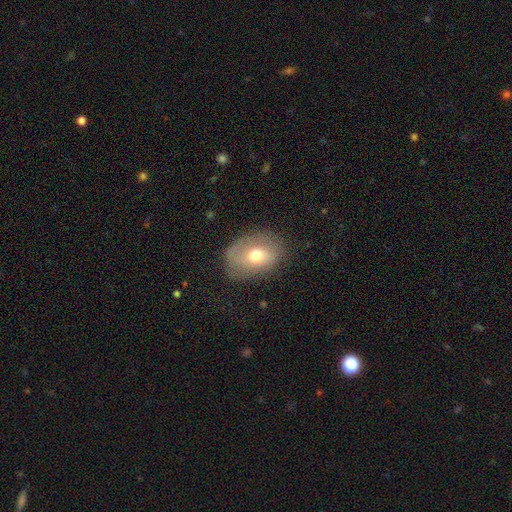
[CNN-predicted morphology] type=smooth (60%); roundness=in between (73%); merging=none (67%).